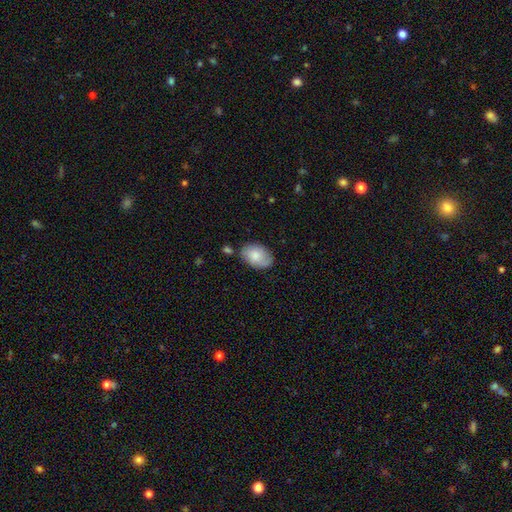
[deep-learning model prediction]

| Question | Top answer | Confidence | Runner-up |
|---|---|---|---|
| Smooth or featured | smooth | 70% | featured or disk (23%) |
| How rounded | in between | 87% | round (12%) |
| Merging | none | 70% | minor disturbance (21%) |